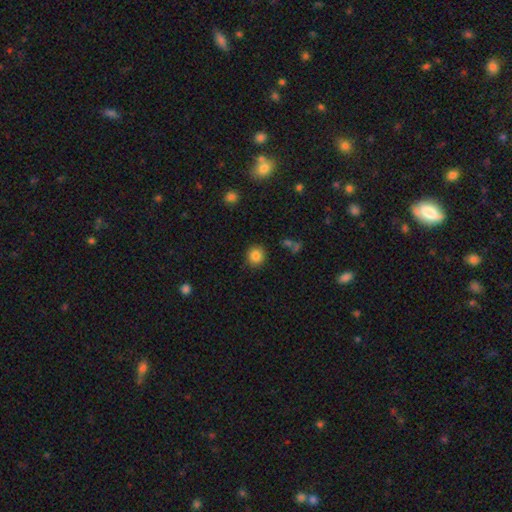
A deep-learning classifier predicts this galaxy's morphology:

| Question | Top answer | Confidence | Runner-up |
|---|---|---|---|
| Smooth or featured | smooth | 85% | star or artifact (10%) |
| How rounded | round | 90% | in between (9%) |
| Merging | none | 89% | minor disturbance (7%) |